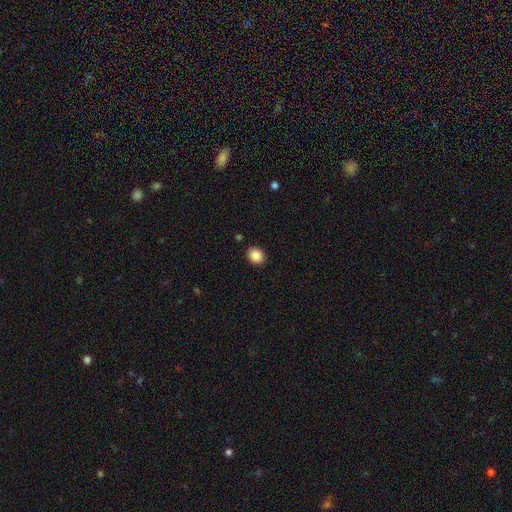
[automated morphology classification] This appears to be a smooth galaxy with no disk features (88%) that is round (67%). Merging: none (90%).